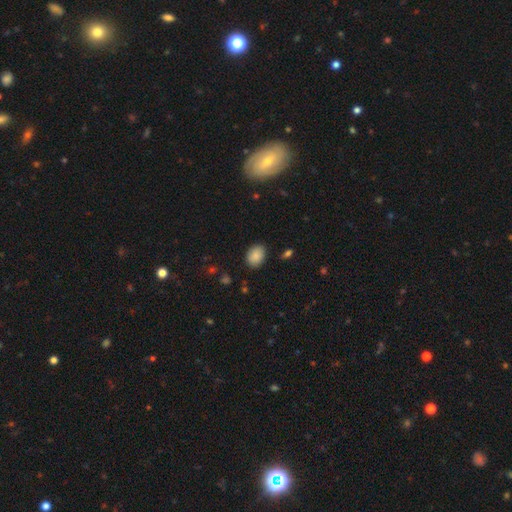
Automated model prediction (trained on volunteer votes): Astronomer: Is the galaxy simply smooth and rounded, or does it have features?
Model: smooth — 87%.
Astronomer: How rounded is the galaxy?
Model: in between — 66%.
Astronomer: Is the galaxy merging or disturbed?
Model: none — 86%.